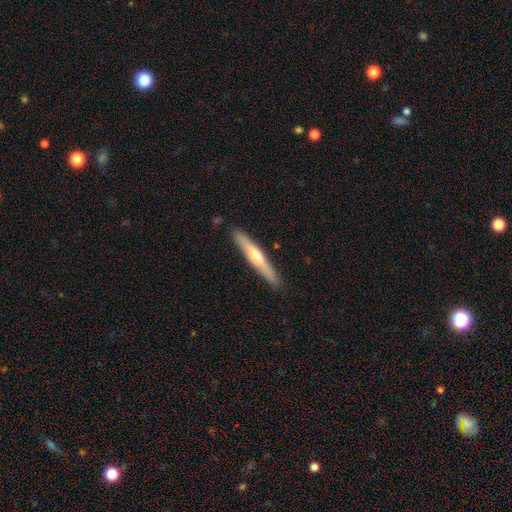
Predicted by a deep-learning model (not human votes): Q: Smooth or featured?
A: featured or disk (53%); runner-up: smooth (41%)
Q: Edge-on disk?
A: yes (94%); runner-up: no (6%)
Q: Edge-on bulge?
A: rounded (81%); runner-up: none (15%)
Q: Merging?
A: none (88%); runner-up: minor disturbance (8%)